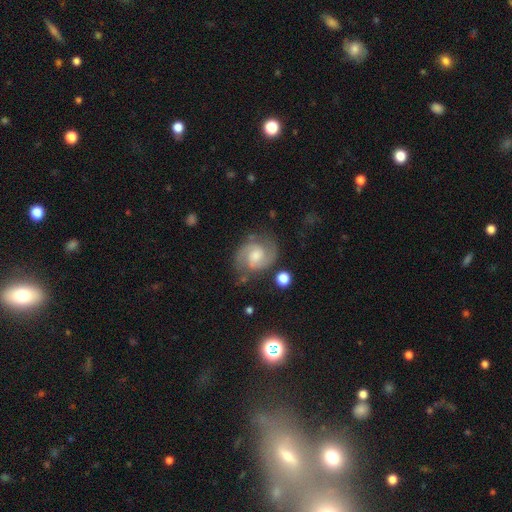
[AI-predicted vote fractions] smooth-or-featured: featured or disk: 84% | smooth: 10% | star or artifact: 6%
  disk-edge-on: no: 98% | yes: 2%
    bar: no: 47% | weak: 45% | strong: 8%
    has-spiral-arms: yes: 97% | no: 3%
      spiral-winding: medium: 55% | tight: 32% | loose: 13%
      spiral-arm-count: 2: 91% | can't tell: 4% | 3: 2% | 1: 1% | 4: 1% | more than 4: 1%
    bulge-size: moderate: 47% | small: 33% | large: 10% | none: 9% | dominant: 2%
  merging: none: 74% | minor disturbance: 16% | major disturbance: 6% | merger: 3%